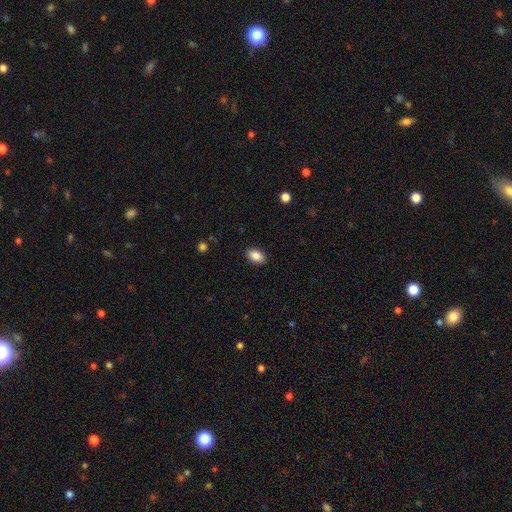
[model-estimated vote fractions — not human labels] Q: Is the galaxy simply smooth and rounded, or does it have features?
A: smooth — 88%.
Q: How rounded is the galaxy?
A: in between — 89%.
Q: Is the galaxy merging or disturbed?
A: none — 89%.